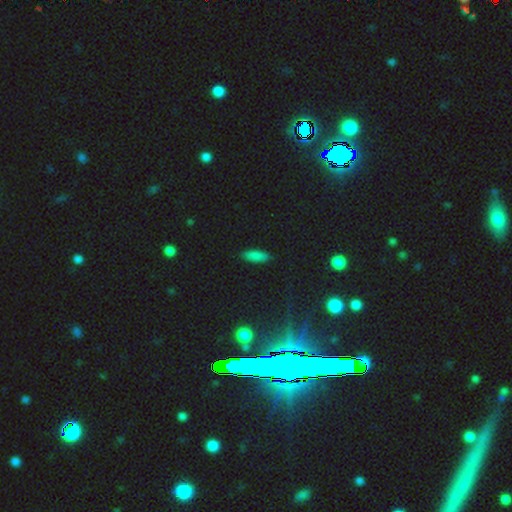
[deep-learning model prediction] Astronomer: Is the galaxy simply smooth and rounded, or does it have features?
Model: smooth — 80%.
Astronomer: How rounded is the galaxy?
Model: in between — 62%.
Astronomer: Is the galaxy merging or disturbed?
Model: none — 88%.